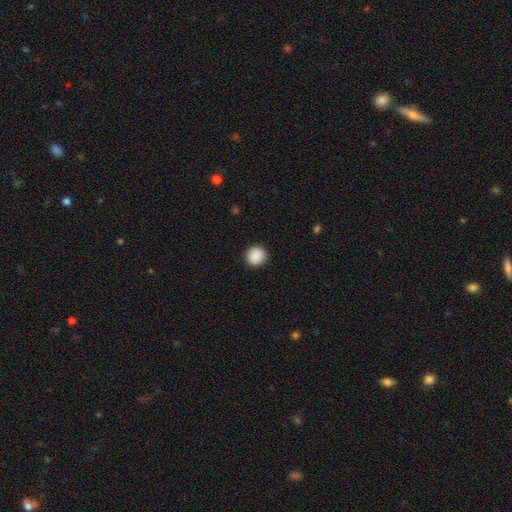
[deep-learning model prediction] Overall: smooth (90%). How rounded: round (94%). Merging: none (92%).